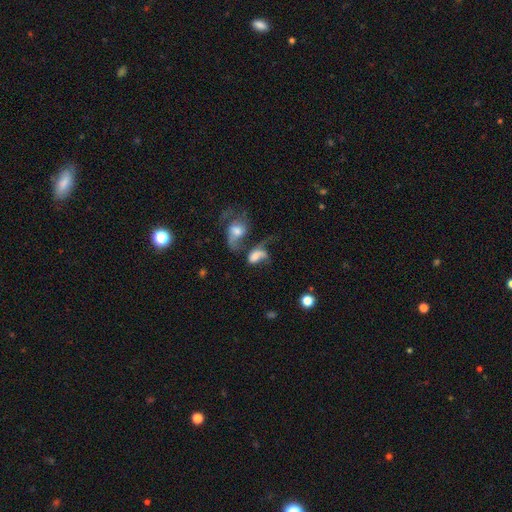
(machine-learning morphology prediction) Smooth or featured?
  - featured or disk: 46% *
  - smooth: 42%
  - star or artifact: 12%
Merging?
  - merger: 54% *
  - major disturbance: 22%
  - none: 15%
  - minor disturbance: 10%